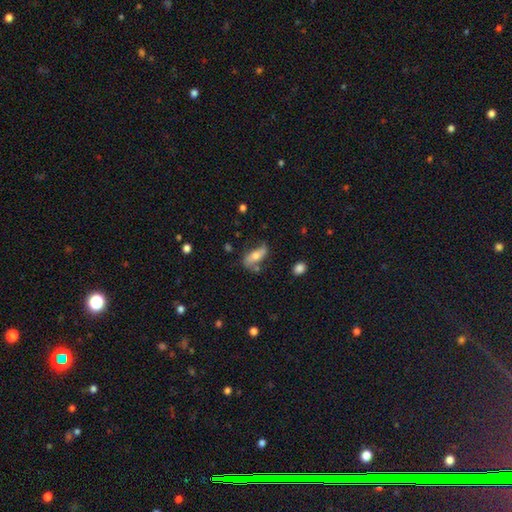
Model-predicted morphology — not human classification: Q: Smooth or featured?
A: smooth (54%); runner-up: featured or disk (39%)
Q: How rounded?
A: in between (71%); runner-up: cigar-shaped (25%)
Q: Merging?
A: none (57%); runner-up: minor disturbance (25%)